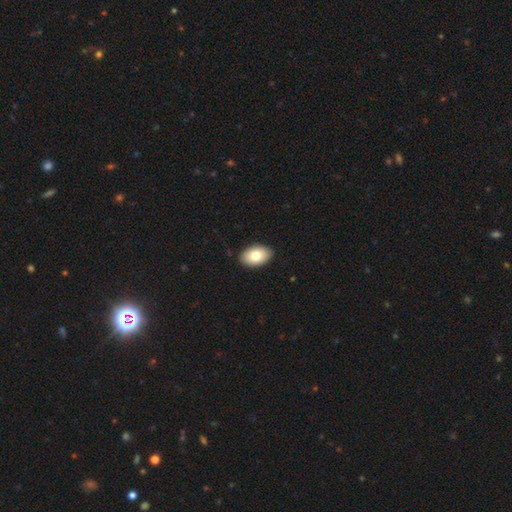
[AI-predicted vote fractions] The model was most divided on "smooth or featured": smooth: 78%, featured or disk: 15%, star or artifact: 7%. More confident: how rounded — in between (92%); merging — none (89%).